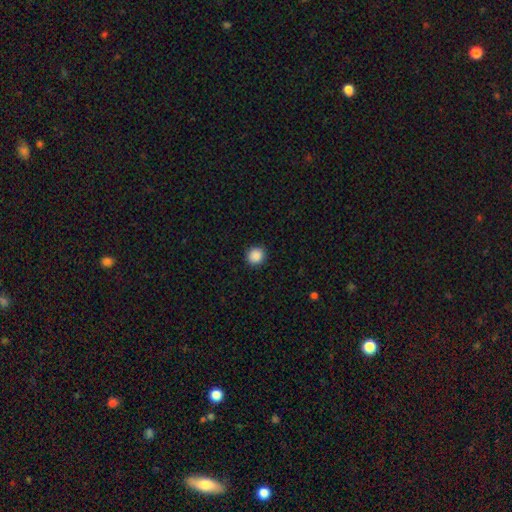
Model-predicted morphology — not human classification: Smooth or featured?
  - smooth: 88% *
  - star or artifact: 9%
  - featured or disk: 2%
How rounded?
  - round: 89% *
  - in between: 10%
  - cigar-shaped: 1%
Merging?
  - none: 91% *
  - minor disturbance: 6%
  - major disturbance: 2%
  - merger: 1%